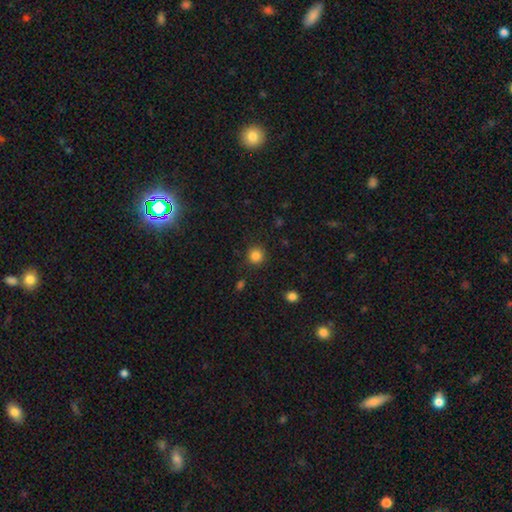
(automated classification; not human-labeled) Smooth or featured? smooth (84%)
How rounded? round (93%)
Merging? none (89%)